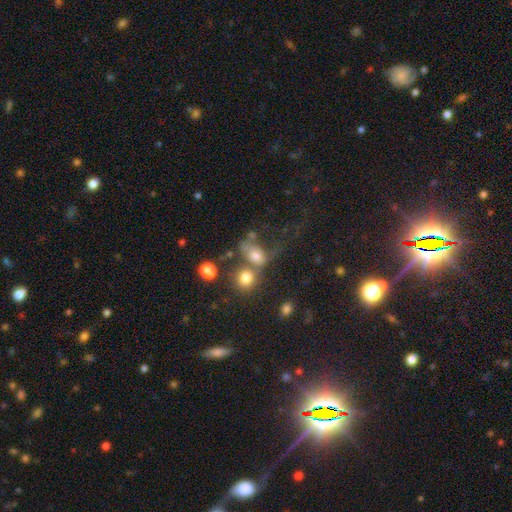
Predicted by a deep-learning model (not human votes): A smooth galaxy with no disk features (67%) that is in between round and cigar-shaped (62%). Merging: merger (46%).